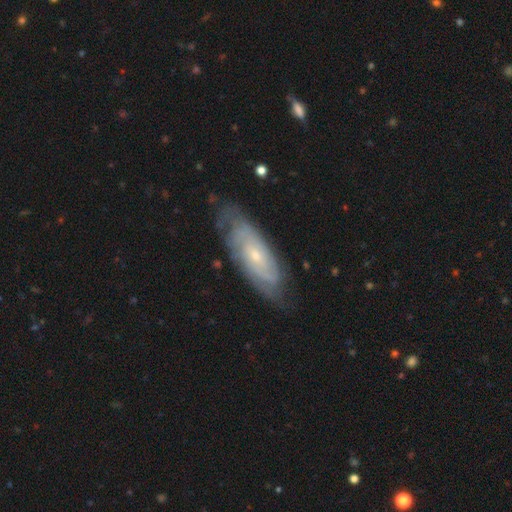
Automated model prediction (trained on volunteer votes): This is likely a featured or disk galaxy (77%). It is clearly not viewed edge-on (88%). Bar: likely no (73%). Spiral arm pattern: clearly yes (92%). Spiral arm count: possibly can't tell (52%). Spiral winding: likely tight (70%). Central bulge: likely small (74%). Merging: likely none (73%).